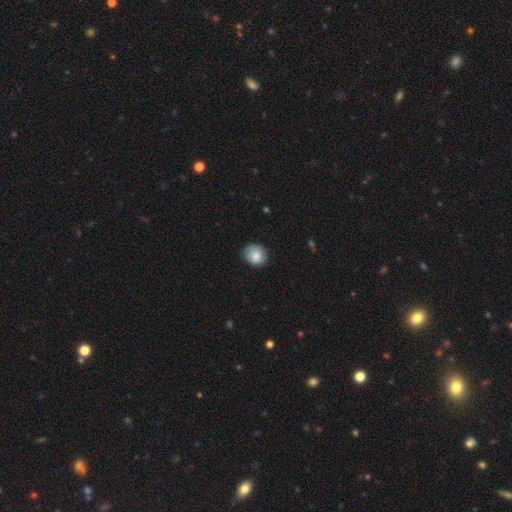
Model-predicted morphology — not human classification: smooth-or-featured: smooth: 77% | featured or disk: 16% | star or artifact: 7%
  how-rounded: round: 69% | in between: 30% | cigar-shaped: 1%
  merging: none: 70% | minor disturbance: 24% | major disturbance: 5% | merger: 1%